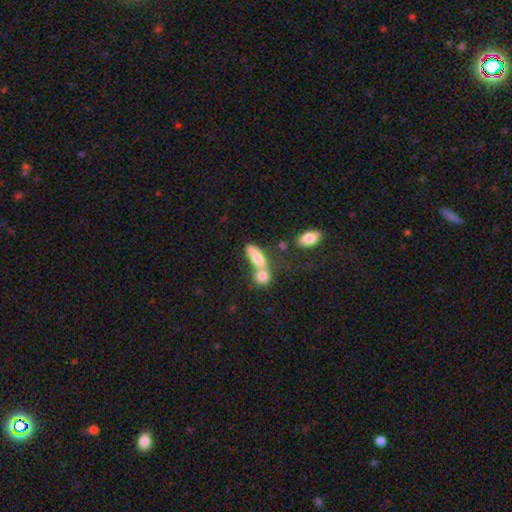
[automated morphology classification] Smooth or featured?
  - smooth: 68% *
  - featured or disk: 22%
  - star or artifact: 10%
How rounded?
  - in between: 65% *
  - cigar-shaped: 27%
  - round: 8%
Merging?
  - merger: 57% *
  - none: 26%
  - minor disturbance: 10%
  - major disturbance: 7%